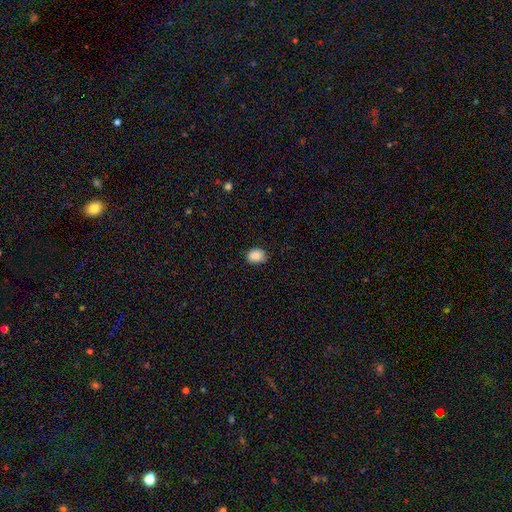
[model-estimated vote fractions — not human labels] Morphology: type=smooth (89%); roundness=in between (52%); merging=none (79%).